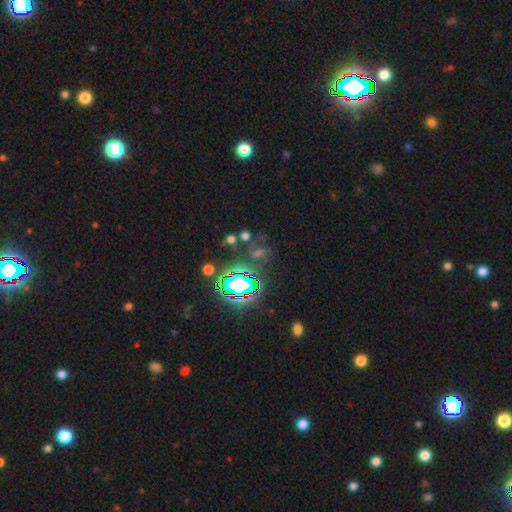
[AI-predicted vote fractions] smooth-or-featured: star or artifact: 67% | smooth: 18% | featured or disk: 15%